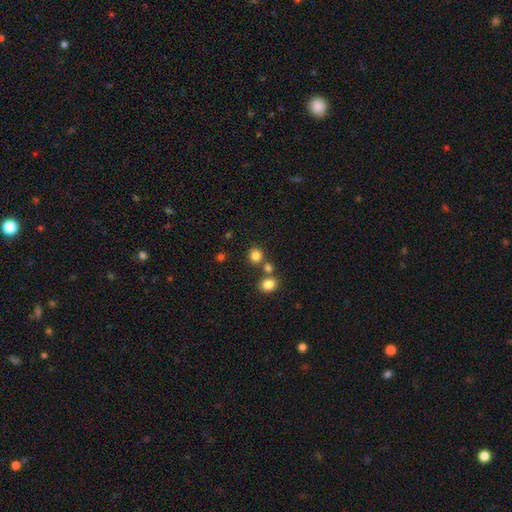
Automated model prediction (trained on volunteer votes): smooth 81%, star or artifact 13%, featured or disk 6%. Down the decision tree: how rounded — round (88%); merging — none (72%).